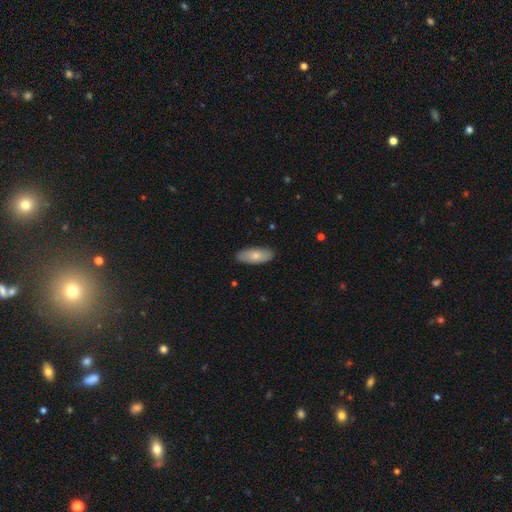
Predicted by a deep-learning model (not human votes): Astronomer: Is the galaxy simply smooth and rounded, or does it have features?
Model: smooth — 74%.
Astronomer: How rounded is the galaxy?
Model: in between — 80%.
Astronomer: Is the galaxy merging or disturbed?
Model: none — 87%.